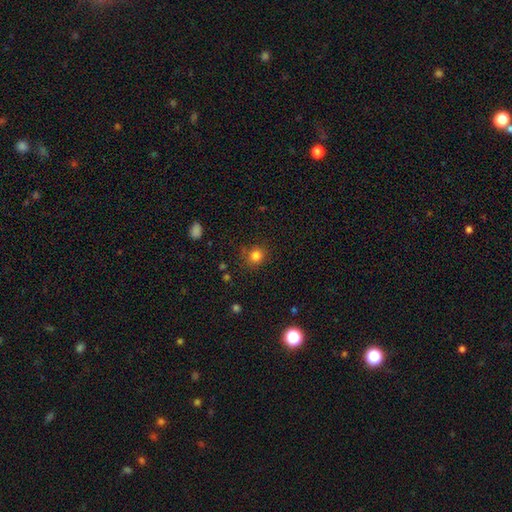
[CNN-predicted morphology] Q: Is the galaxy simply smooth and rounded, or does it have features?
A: smooth — 82%.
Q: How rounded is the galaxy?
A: round — 84%.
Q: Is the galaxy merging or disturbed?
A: none — 83%.